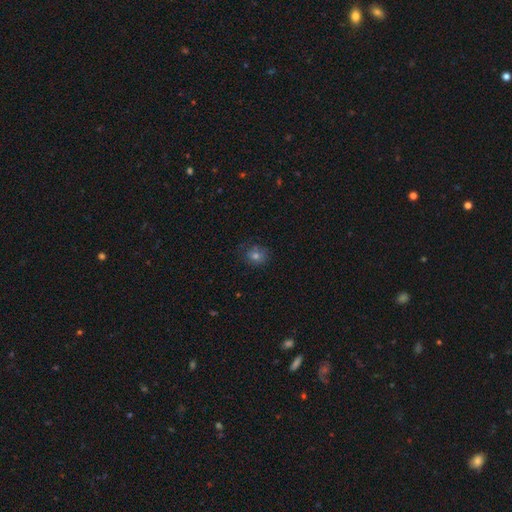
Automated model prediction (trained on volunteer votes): smooth-or-featured: smooth: 64% | star or artifact: 21% | featured or disk: 15%
  how-rounded: round: 75% | in between: 24% | cigar-shaped: 1%
  merging: none: 75% | minor disturbance: 17% | major disturbance: 6% | merger: 2%